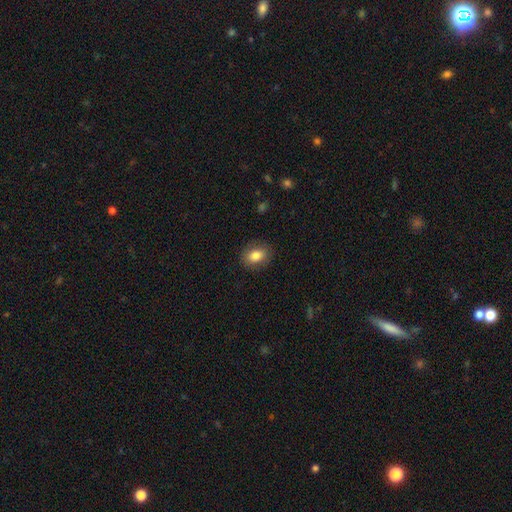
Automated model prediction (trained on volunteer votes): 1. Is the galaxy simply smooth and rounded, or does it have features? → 83% smooth, 9% featured or disk, 8% star or artifact.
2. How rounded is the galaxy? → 71% in between, 28% round, 1% cigar-shaped.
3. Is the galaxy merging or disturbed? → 86% none, 10% minor disturbance, 3% major disturbance, 1% merger.